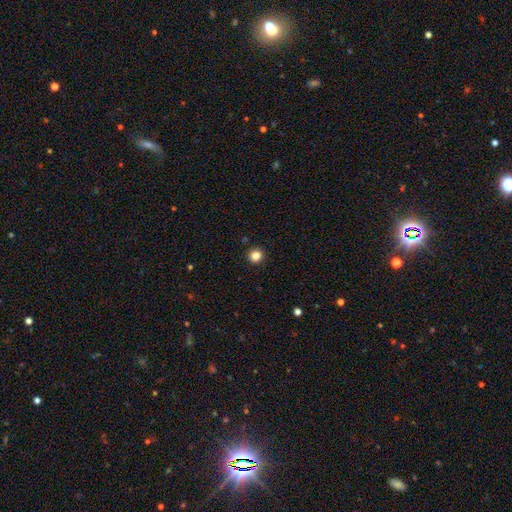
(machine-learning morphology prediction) Overall: smooth (84%). How rounded: round (92%). Merging: none (92%).